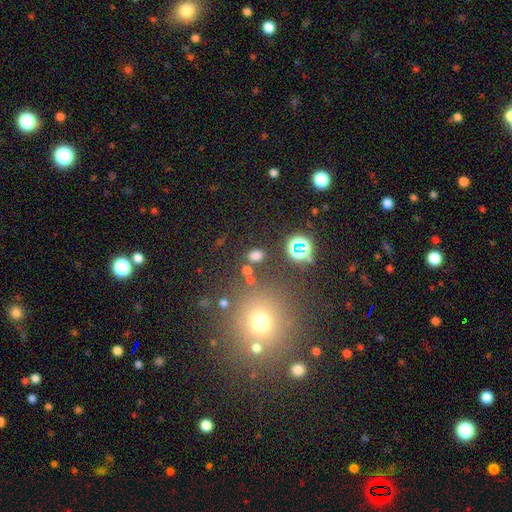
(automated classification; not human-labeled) Q: Smooth or featured?
A: smooth (70%); runner-up: star or artifact (24%)
Q: How rounded?
A: in between (62%); runner-up: round (36%)
Q: Merging?
A: none (79%); runner-up: minor disturbance (10%)